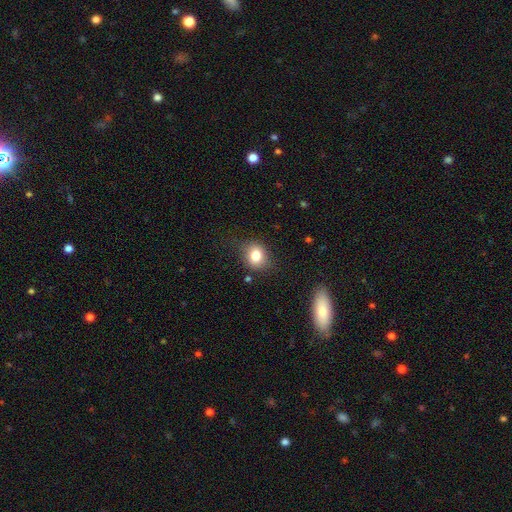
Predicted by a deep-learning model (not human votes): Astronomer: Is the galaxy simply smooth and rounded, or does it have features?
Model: smooth — 80%.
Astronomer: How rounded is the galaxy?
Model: round — 65%.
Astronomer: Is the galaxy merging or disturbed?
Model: none — 77%.